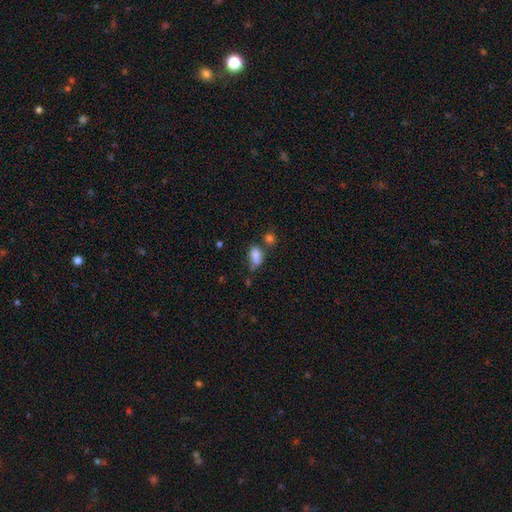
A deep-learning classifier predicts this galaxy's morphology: Smooth or featured: smooth — 82% (star or artifact — 10%)
How rounded: in between — 86% (round — 10%)
Merging: none — 43% (minor disturbance — 27%)